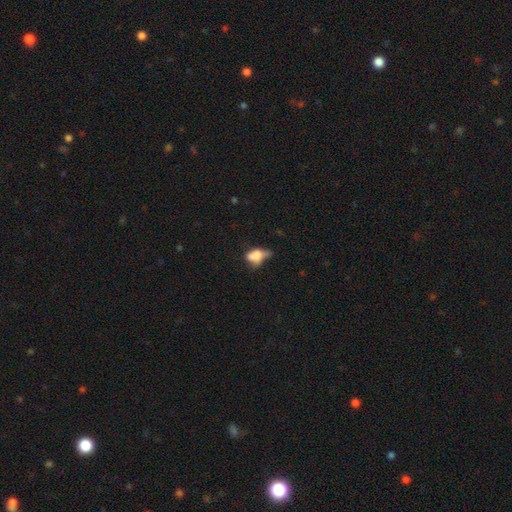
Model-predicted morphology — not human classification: smooth 65%, featured or disk 23%, star or artifact 12%. Down the decision tree: how rounded — in between (80%); merging — minor disturbance (31%).